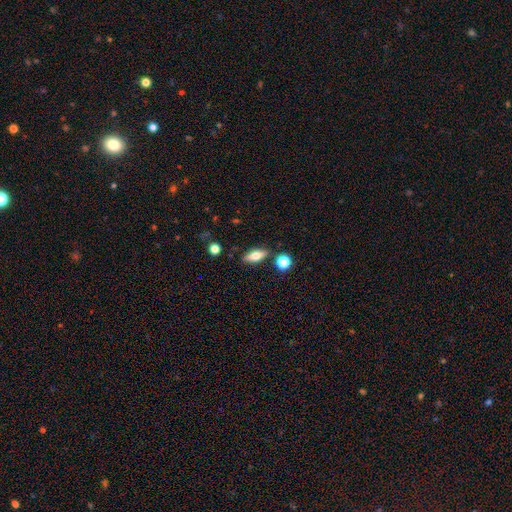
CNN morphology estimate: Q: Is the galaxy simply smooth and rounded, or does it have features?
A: smooth — 55%.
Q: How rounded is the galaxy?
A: in between — 61%.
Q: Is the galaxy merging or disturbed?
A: none — 81%.